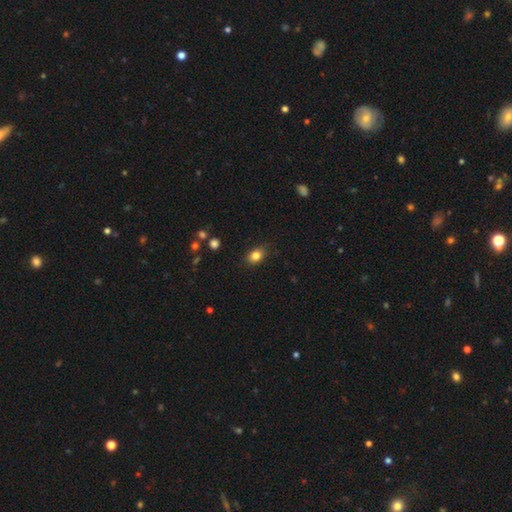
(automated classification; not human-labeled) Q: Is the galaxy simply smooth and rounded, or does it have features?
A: smooth — 83%.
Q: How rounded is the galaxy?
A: in between — 60%.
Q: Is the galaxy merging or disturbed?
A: none — 83%.